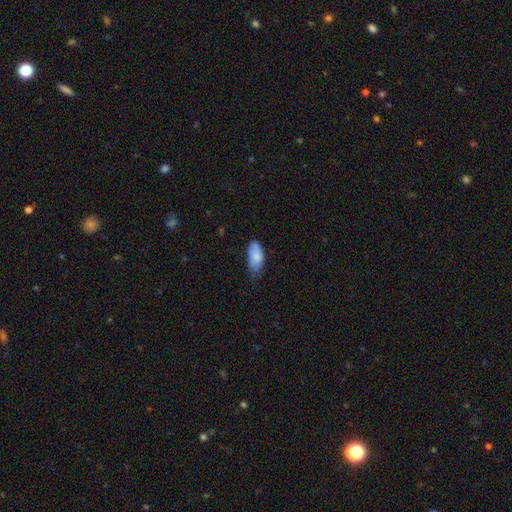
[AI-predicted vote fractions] Q: Smooth or featured?
A: smooth (81%); runner-up: featured or disk (12%)
Q: How rounded?
A: in between (90%); runner-up: cigar-shaped (8%)
Q: Merging?
A: minor disturbance (45%); runner-up: none (40%)